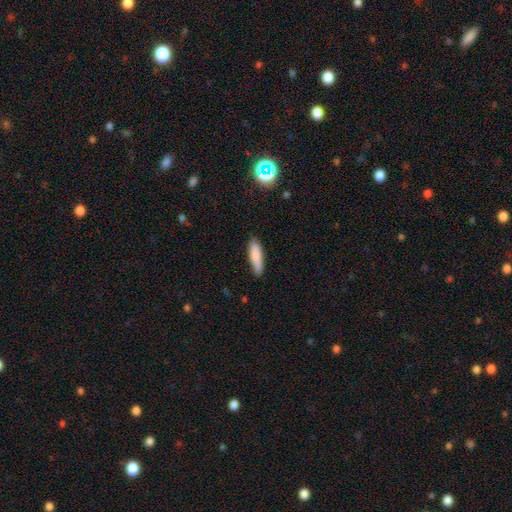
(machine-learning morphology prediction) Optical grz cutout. It shows a smooth galaxy with no disk features (82%) that is cigar-shaped (67%). Merging: none (76%).